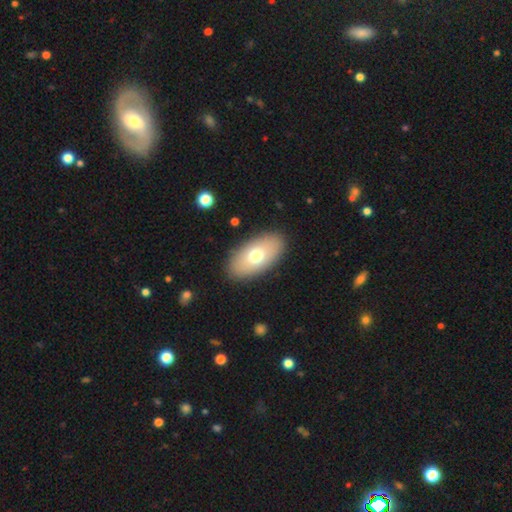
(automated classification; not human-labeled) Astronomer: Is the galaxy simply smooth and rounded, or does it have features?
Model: smooth — 68%.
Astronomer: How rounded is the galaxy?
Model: in between — 92%.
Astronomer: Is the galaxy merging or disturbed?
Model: none — 88%.